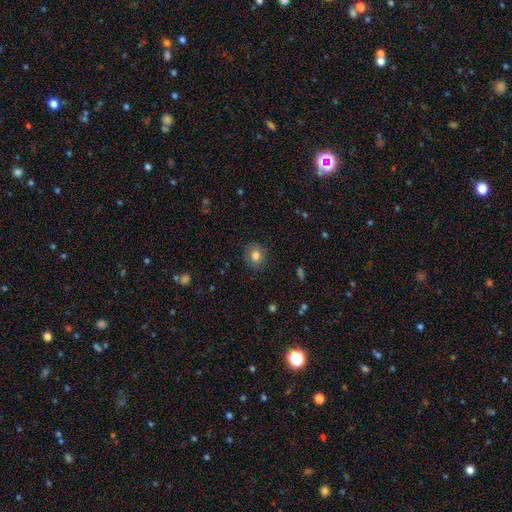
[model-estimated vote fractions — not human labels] A smooth galaxy with no disk features (81%) that is round (65%). Merging: none (85%).